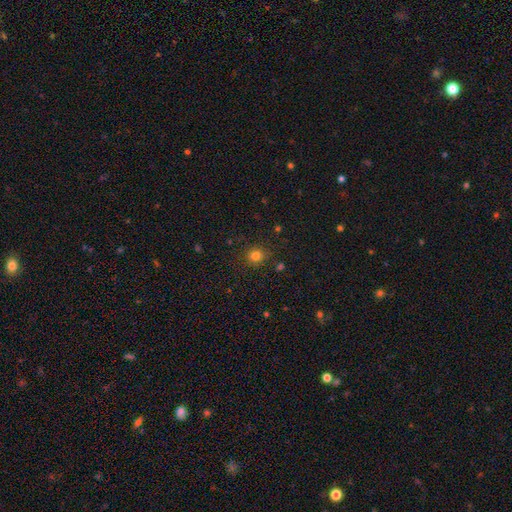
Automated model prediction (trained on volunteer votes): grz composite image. It shows a smooth galaxy with no disk features (80%) that is round (89%). Merging: none (88%).